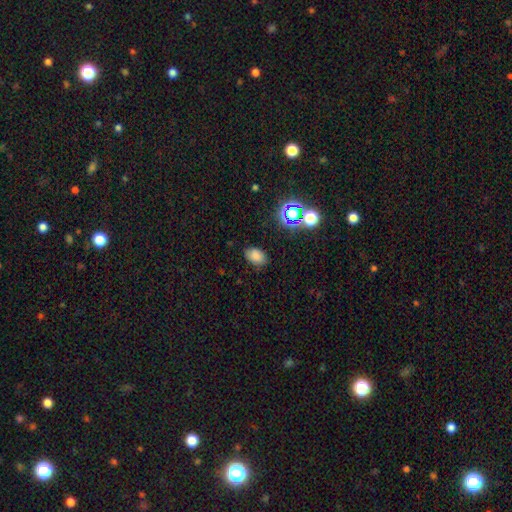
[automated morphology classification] type=smooth (78%); roundness=in between (83%); merging=none (81%).